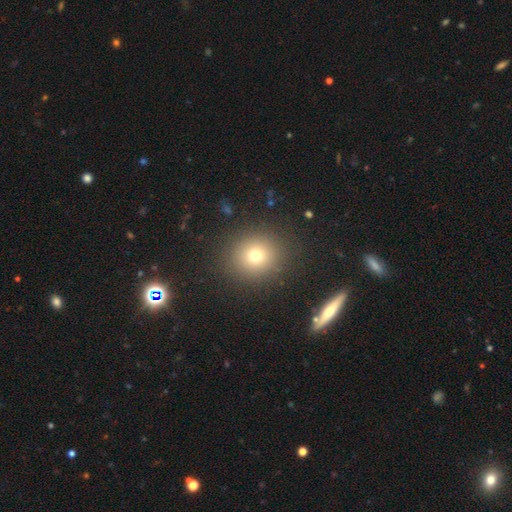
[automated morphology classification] Overall: smooth (73%). How rounded: round (84%). Merging: none (88%).